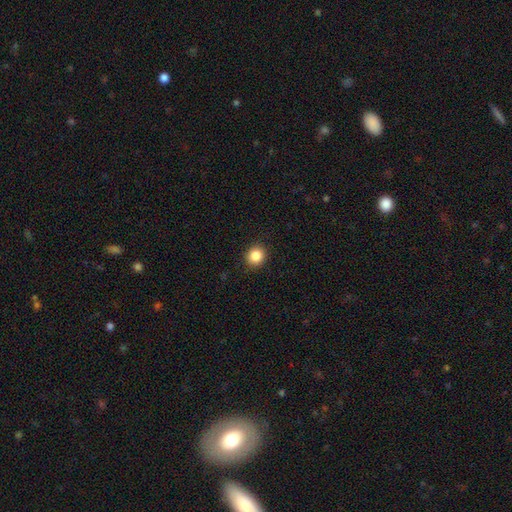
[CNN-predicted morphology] A smooth galaxy with no disk features (86%) that is round (82%).

Vote fractions:
- Smooth or featured? smooth: 86% / star or artifact: 10% / featured or disk: 4%
- How rounded? round: 82% / in between: 17% / cigar-shaped: 1%
- Merging? none: 91% / minor disturbance: 6% / major disturbance: 2% / merger: 1%